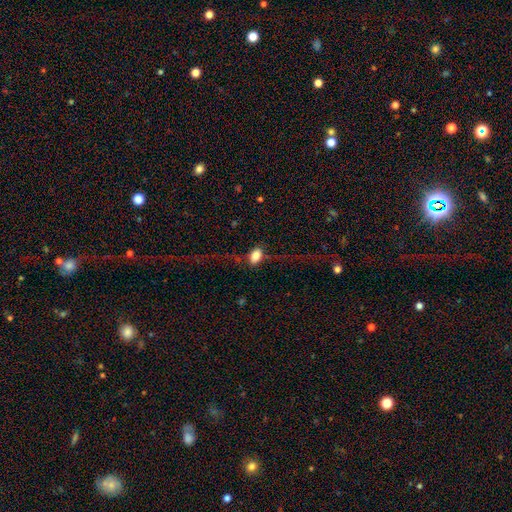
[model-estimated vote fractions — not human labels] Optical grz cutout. It shows a smooth galaxy with no disk features (75%) that is in between round and cigar-shaped (88%). Merging: none (66%).